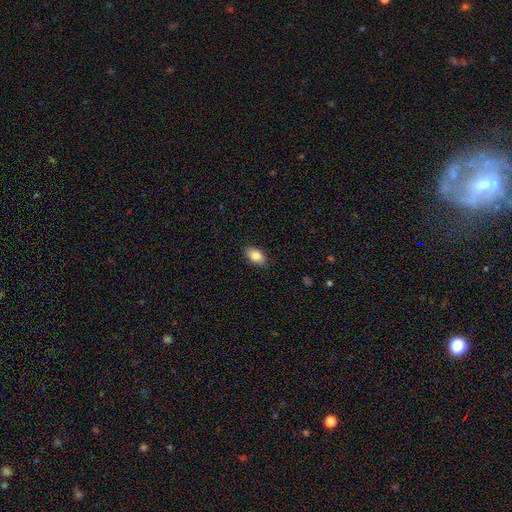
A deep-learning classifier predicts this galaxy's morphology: Smooth or featured? Predicted: smooth (p=0.86). How rounded? Predicted: in between (p=0.91). Merging? Predicted: none (p=0.87).